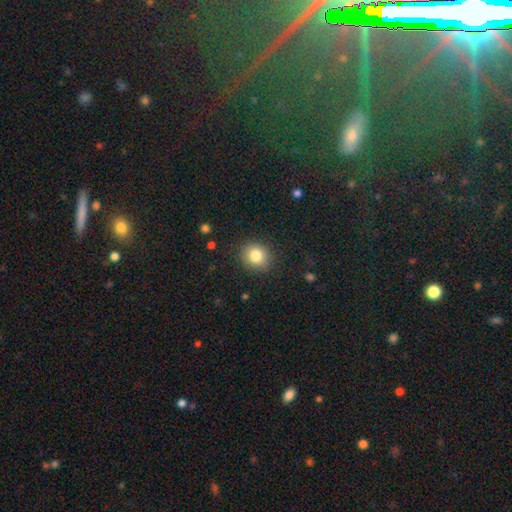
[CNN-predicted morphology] type=smooth (82%); roundness=round (79%); merging=none (88%).